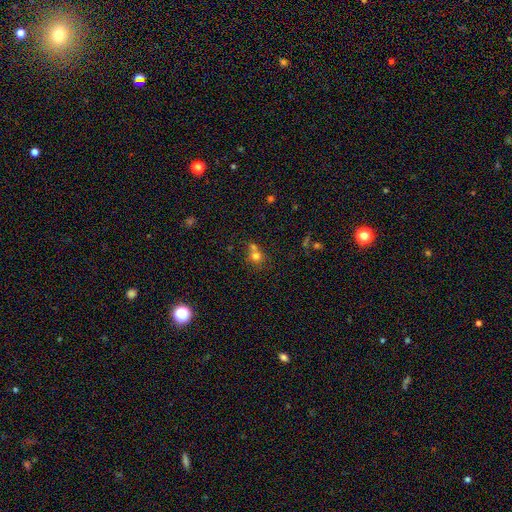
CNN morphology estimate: Smooth or featured? Predicted: smooth (p=0.71). How rounded? Predicted: round (p=0.83). Merging? Predicted: merger (p=0.47).